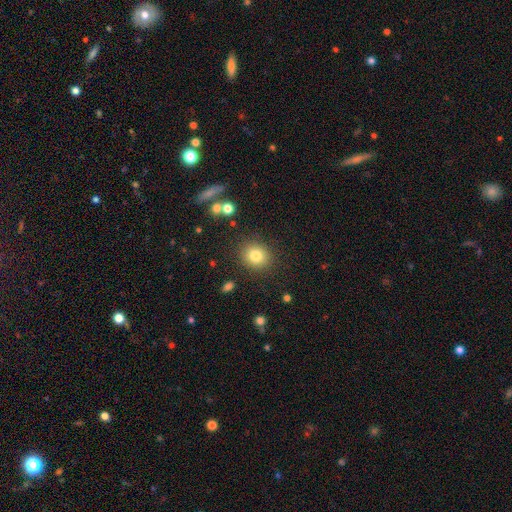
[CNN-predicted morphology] This appears to be a smooth galaxy with no disk features (81%) that is round (77%). Merging: none (87%).